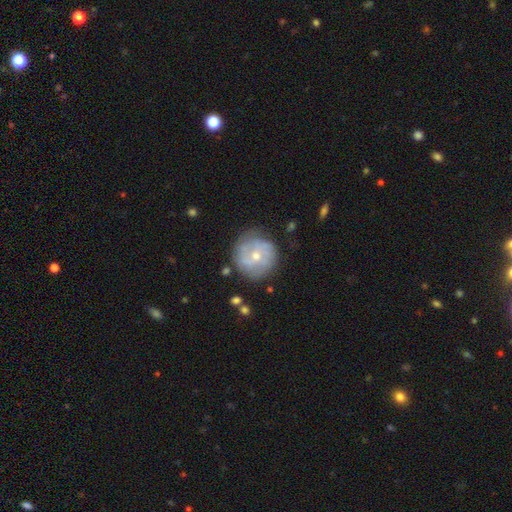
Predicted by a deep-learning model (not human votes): Q: Smooth or featured?
A: featured or disk (57%); runner-up: smooth (37%)
Q: Edge-on disk?
A: no (97%); runner-up: yes (3%)
Q: Bar?
A: no (70%); runner-up: weak (25%)
Q: Spiral arms?
A: yes (66%); runner-up: no (34%)
Q: Bulge size?
A: moderate (52%); runner-up: small (44%)
Q: Merging?
A: none (74%); runner-up: minor disturbance (18%)